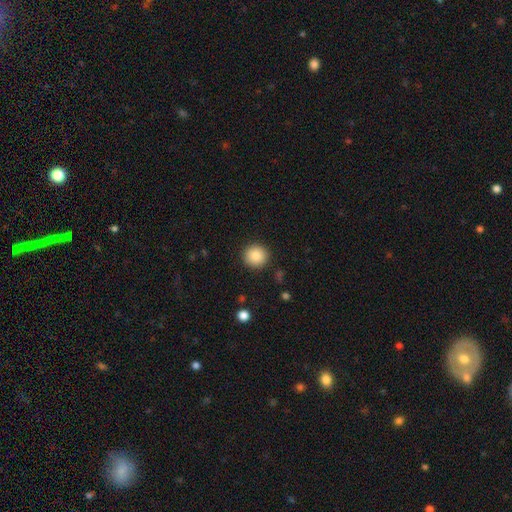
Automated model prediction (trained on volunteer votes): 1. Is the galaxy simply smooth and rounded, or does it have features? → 87% smooth, 9% star or artifact, 4% featured or disk.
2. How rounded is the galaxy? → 93% round, 6% in between, 1% cigar-shaped.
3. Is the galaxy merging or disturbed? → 91% none, 6% minor disturbance, 2% major disturbance, 1% merger.